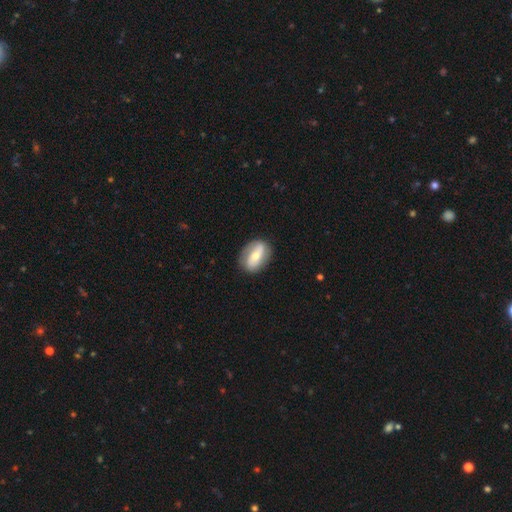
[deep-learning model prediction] Overall: featured or disk (59%; smooth 35%). Edge-on disk: no (92%). Bar: strong (41%; no 31%). Spiral arms: yes (71%). Bulge size: moderate (52%; small 42%). Merging: none (80%).